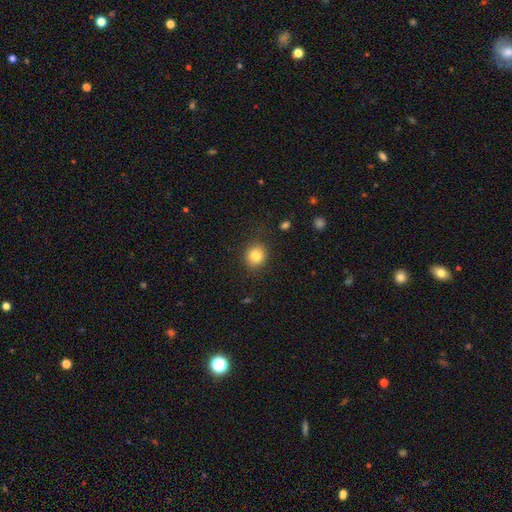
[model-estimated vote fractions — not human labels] A smooth galaxy with no disk features (82%) that is round (79%).

Vote fractions:
- Smooth or featured? smooth: 82% / star or artifact: 10% / featured or disk: 8%
- How rounded? round: 79% / in between: 20% / cigar-shaped: 1%
- Merging? none: 85% / minor disturbance: 11% / major disturbance: 3% / merger: 1%